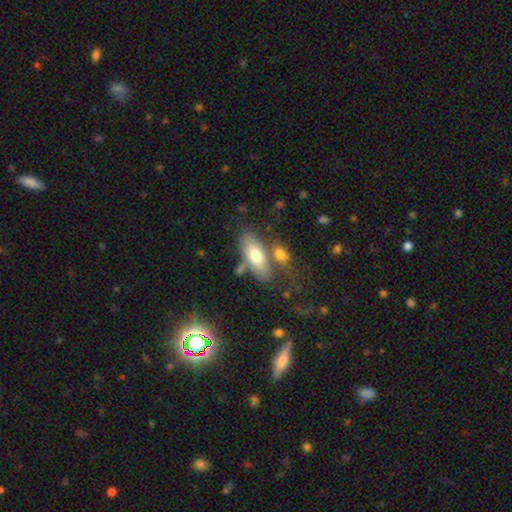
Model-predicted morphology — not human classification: Smooth or featured? Predicted: smooth (p=0.69). How rounded? Predicted: in between (p=0.80). Merging? Predicted: none (p=0.56).